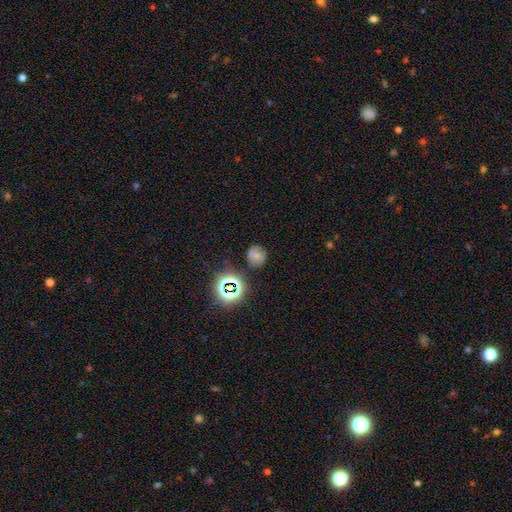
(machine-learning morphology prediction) smooth-or-featured: smooth: 40% | featured or disk: 39% | star or artifact: 21%
  merging: none: 71% | minor disturbance: 18% | major disturbance: 7% | merger: 5%